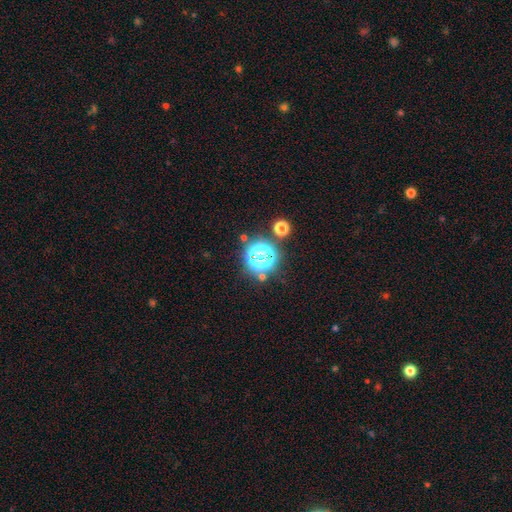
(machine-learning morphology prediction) A star or artifact, not a galaxy (66%).

Vote fractions:
- Smooth or featured? star or artifact: 66% / smooth: 25% / featured or disk: 9%